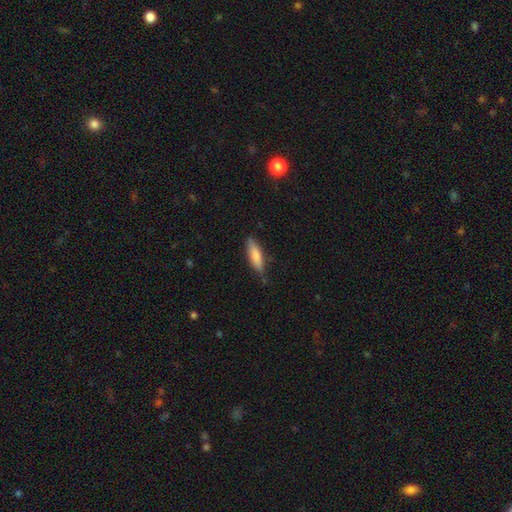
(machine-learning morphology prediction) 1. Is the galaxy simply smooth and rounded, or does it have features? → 80% smooth, 15% featured or disk, 6% star or artifact.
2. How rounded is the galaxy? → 61% cigar-shaped, 38% in between, 2% round.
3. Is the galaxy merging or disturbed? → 77% none, 18% minor disturbance, 3% major disturbance, 2% merger.